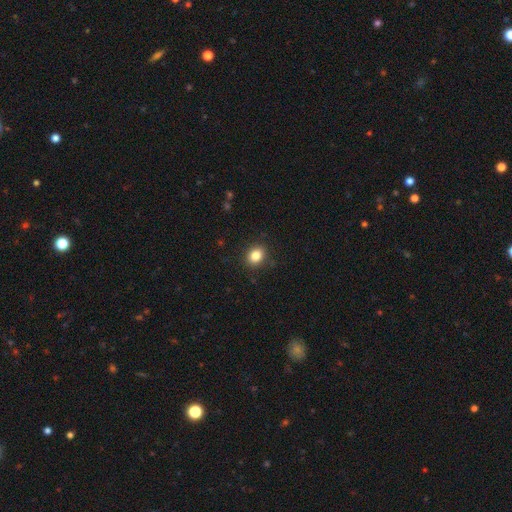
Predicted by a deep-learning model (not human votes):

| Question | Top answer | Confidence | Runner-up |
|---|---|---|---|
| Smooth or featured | smooth | 84% | star or artifact (10%) |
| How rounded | round | 58% | in between (41%) |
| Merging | none | 89% | minor disturbance (8%) |